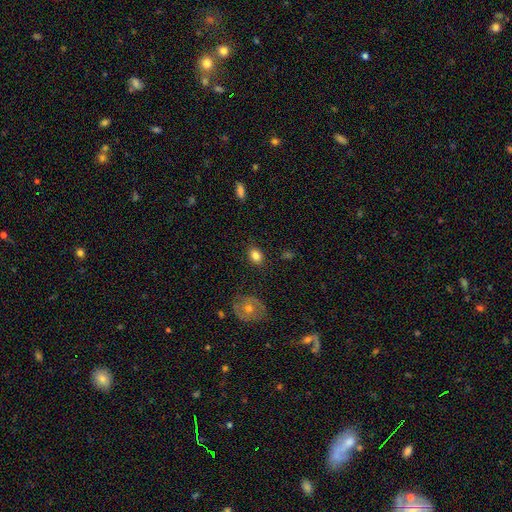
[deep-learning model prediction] Smooth or featured? Predicted: smooth (p=0.82). How rounded? Predicted: in between (p=0.65). Merging? Predicted: none (p=0.84).